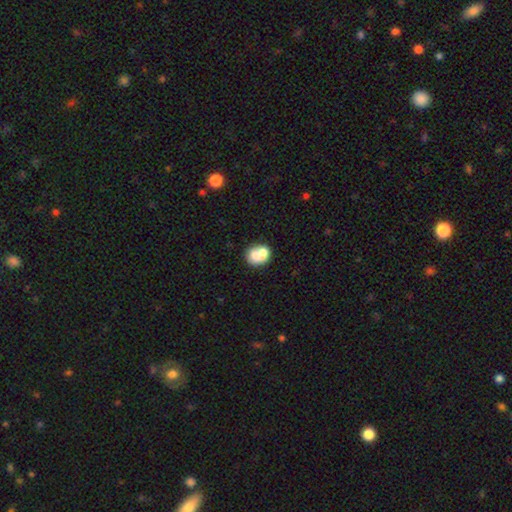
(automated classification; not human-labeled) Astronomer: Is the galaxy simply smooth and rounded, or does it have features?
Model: smooth — 63%.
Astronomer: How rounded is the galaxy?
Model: round — 63%.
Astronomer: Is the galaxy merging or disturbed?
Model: merger — 55% (runner-up: none, 31%).